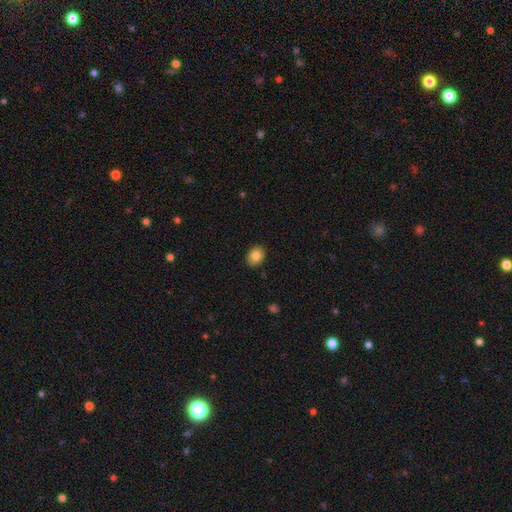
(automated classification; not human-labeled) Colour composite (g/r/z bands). It shows a smooth galaxy with no disk features (84%) that is in between round and cigar-shaped (63%). Merging: none (89%).